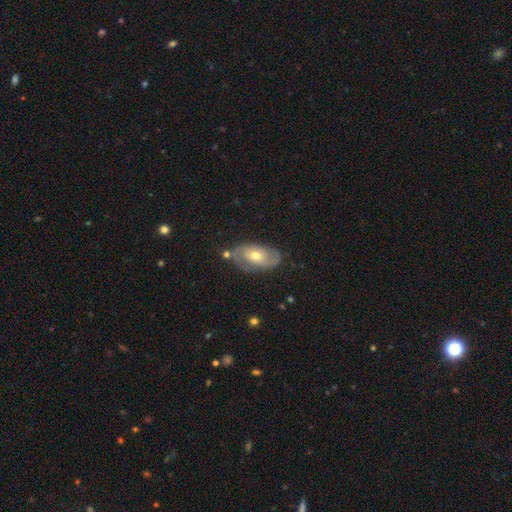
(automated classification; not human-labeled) This is likely a featured or disk galaxy (67%). It is clearly not viewed edge-on (93%). Bar: likely no (66%). Spiral arm pattern: likely yes (80%). Central bulge: likely moderate (66%). Merging: likely none (70%).